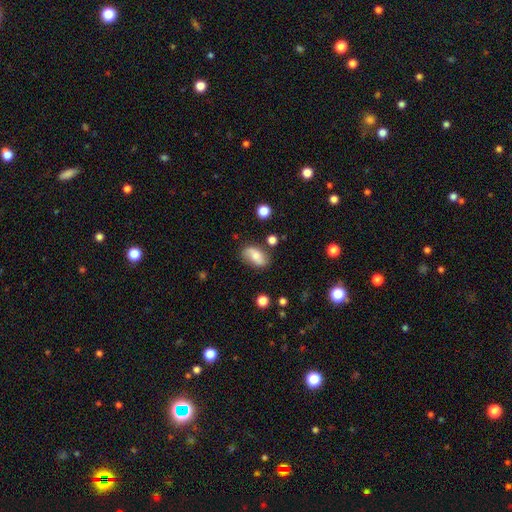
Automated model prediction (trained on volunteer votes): smooth 61%, featured or disk 30%, star or artifact 9%. Down the decision tree: how rounded — in between (89%); merging — none (73%).